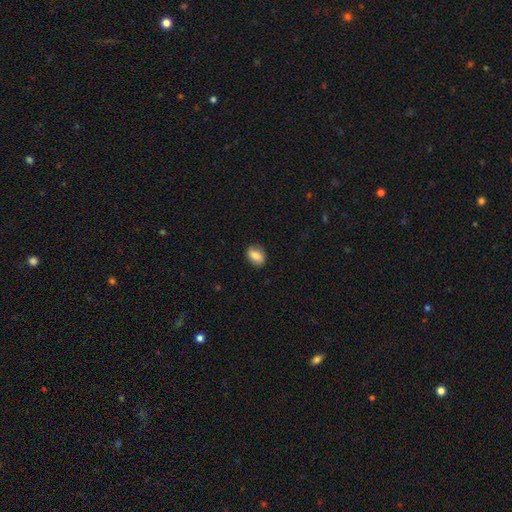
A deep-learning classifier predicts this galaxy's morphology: Smooth or featured? Predicted: smooth (p=0.74). How rounded? Predicted: in between (p=0.75). Merging? Predicted: none (p=0.83).